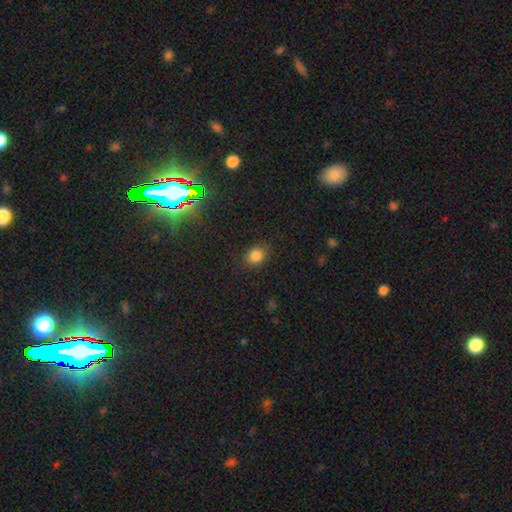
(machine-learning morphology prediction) smooth_or_featured: smooth (p=0.83) [alt: star or artifact p=0.13]
how_rounded: round (p=0.54) [alt: in between p=0.45]
merging: none (p=0.85) [alt: minor disturbance p=0.11]